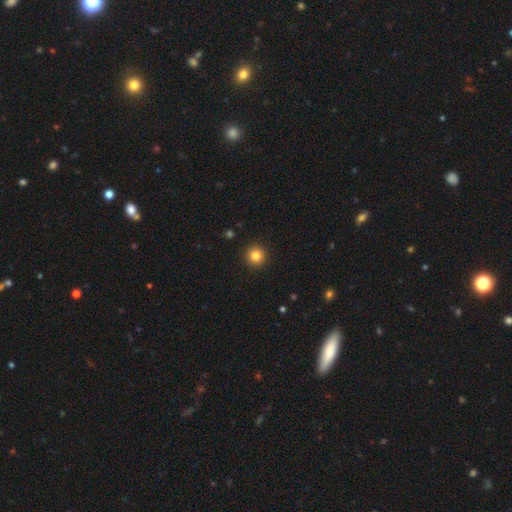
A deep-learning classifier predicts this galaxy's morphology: This is clearly a smooth galaxy (83%). How rounded: clearly round (95%). Merging: clearly none (93%).